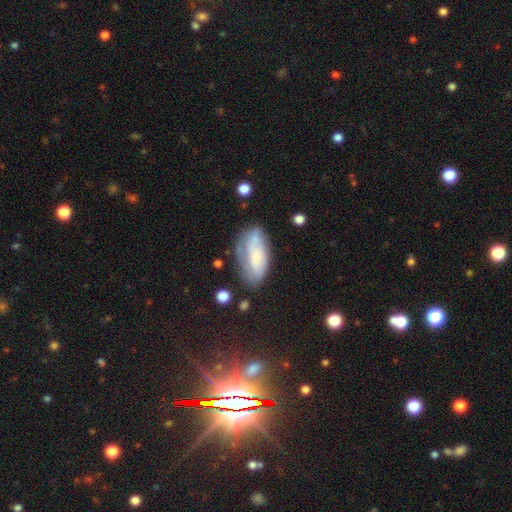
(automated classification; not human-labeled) Morphology: type=smooth (46%); merging=none (54%).